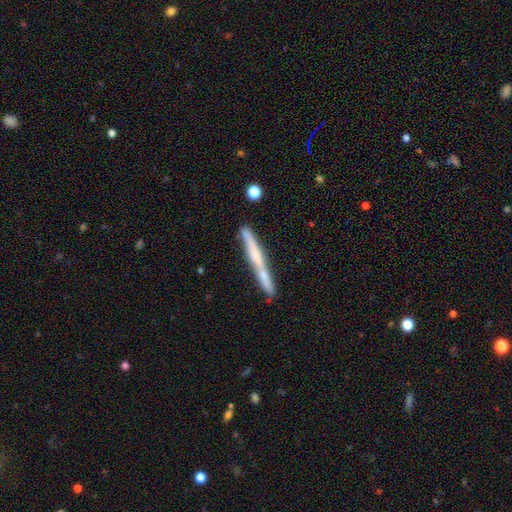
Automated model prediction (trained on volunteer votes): featured or disk 60%, smooth 34%, star or artifact 6%. Down the decision tree: edge-on disk — yes (95%); edge-on bulge — none (52%); merging — none (77%).